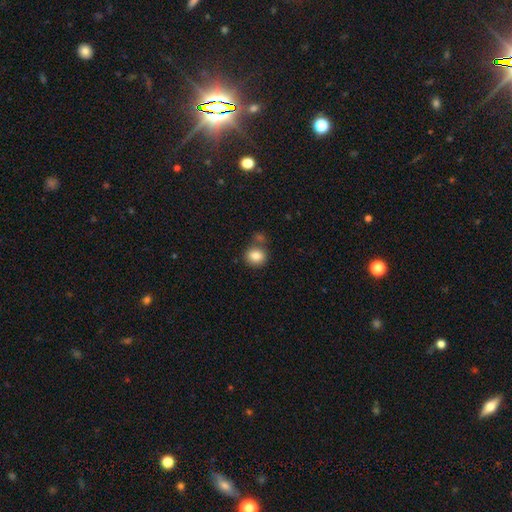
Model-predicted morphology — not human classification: Q: Smooth or featured?
A: smooth (84%); runner-up: star or artifact (9%)
Q: How rounded?
A: round (74%); runner-up: in between (26%)
Q: Merging?
A: none (65%); runner-up: merger (18%)